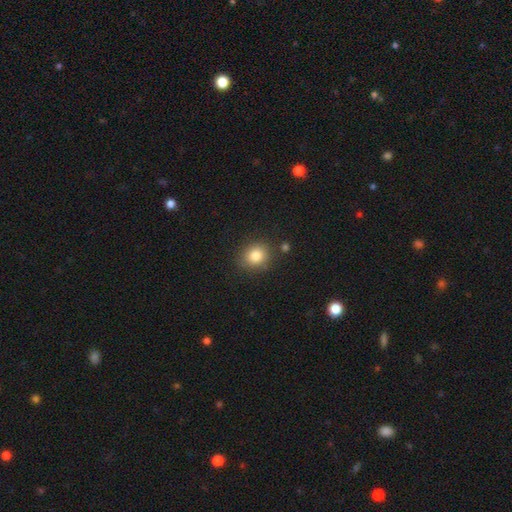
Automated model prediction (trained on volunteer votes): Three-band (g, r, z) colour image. It shows a smooth galaxy with no disk features (83%) that is round (77%). Merging: none (84%).